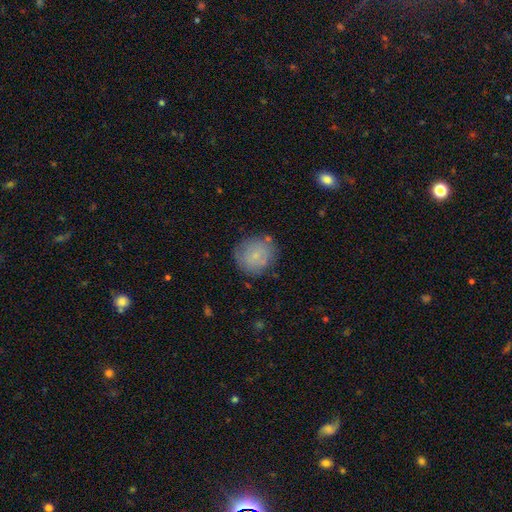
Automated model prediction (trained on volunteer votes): smooth-or-featured: smooth: 71% | featured or disk: 21% | star or artifact: 8%
  how-rounded: round: 85% | in between: 14% | cigar-shaped: 1%
  merging: none: 75% | minor disturbance: 16% | major disturbance: 5% | merger: 4%